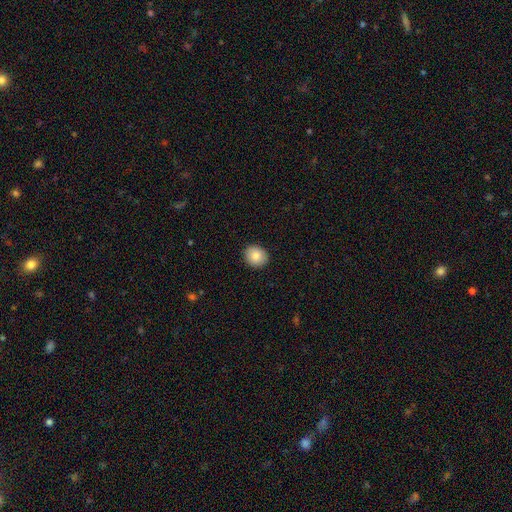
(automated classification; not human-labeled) The model was most divided on "how rounded": round: 71%, in between: 29%, cigar-shaped: 1%. More confident: merging — none (91%); smooth or featured — smooth (86%).